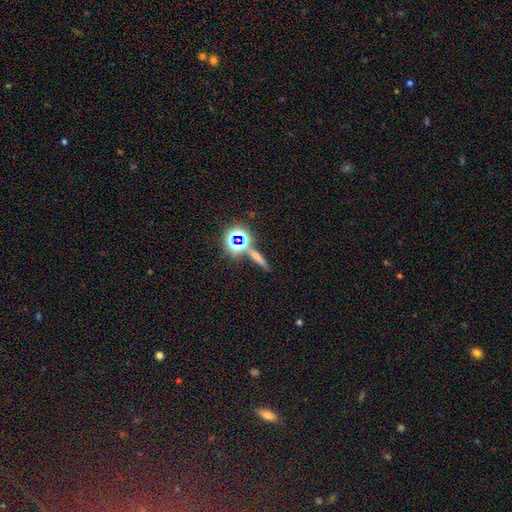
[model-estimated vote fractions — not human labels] Morphology: type=star or artifact (44%).